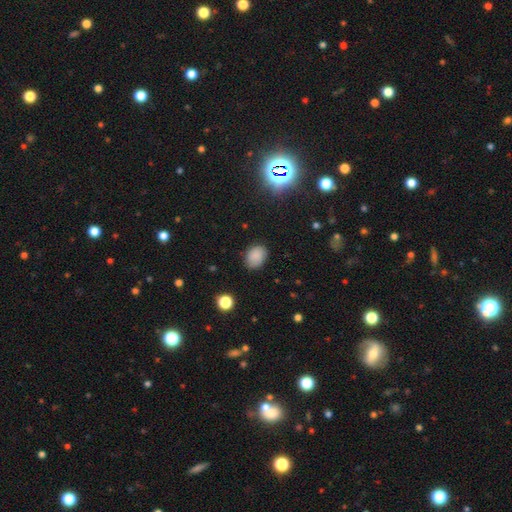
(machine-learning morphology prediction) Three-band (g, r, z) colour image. It shows a smooth galaxy with no disk features (84%) that is in between round and cigar-shaped (71%). Merging: none (81%).